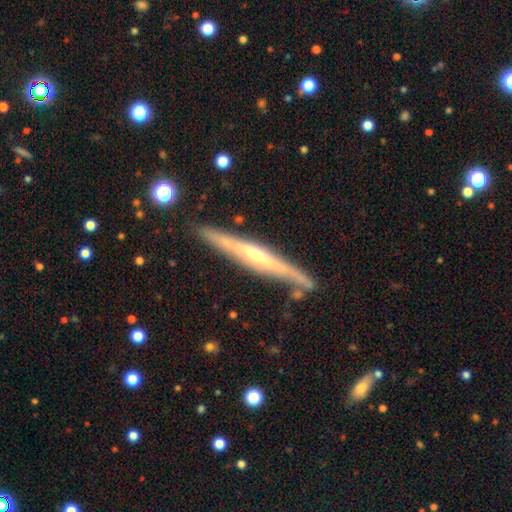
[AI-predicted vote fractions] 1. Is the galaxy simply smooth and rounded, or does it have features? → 75% featured or disk, 19% smooth, 6% star or artifact.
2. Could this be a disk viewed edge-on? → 96% yes, 4% no.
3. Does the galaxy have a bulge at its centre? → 66% rounded, 25% none, 9% boxy.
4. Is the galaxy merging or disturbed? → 84% none, 11% minor disturbance, 3% merger, 2% major disturbance.